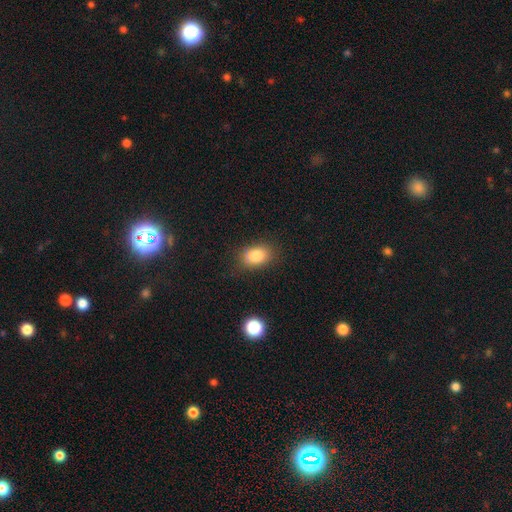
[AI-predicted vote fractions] Overall: smooth (83%). How rounded: in between (78%). Merging: none (81%).